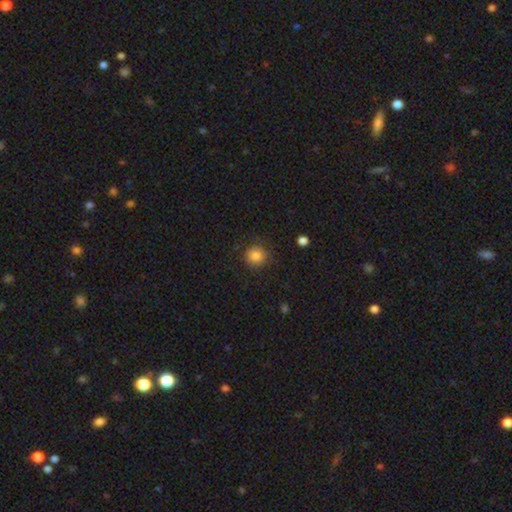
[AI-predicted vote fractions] Overall: smooth (84%). How rounded: round (92%). Merging: none (84%).